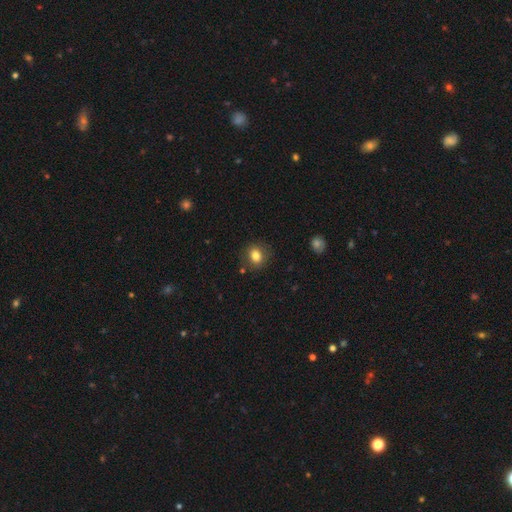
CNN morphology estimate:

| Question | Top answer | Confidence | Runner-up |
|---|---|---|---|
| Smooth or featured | smooth | 82% | star or artifact (10%) |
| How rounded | round | 58% | in between (40%) |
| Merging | none | 83% | minor disturbance (12%) |